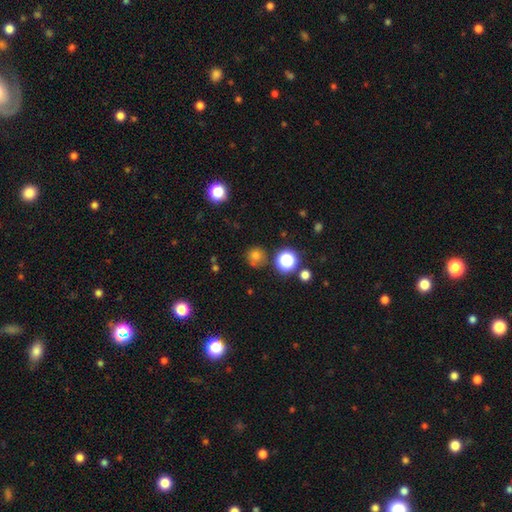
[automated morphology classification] Smooth or featured? Predicted: smooth (p=0.67). How rounded? Predicted: round (p=0.92). Merging? Predicted: none (p=0.80).